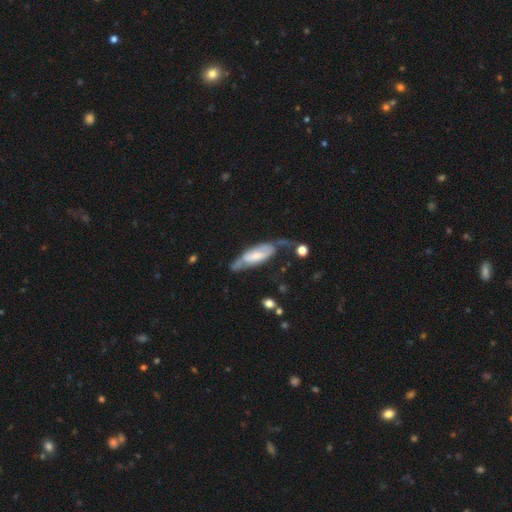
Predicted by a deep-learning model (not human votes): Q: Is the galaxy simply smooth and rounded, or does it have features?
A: featured or disk — 59%.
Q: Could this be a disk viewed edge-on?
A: no — 75%.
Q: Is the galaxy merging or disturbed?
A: major disturbance — 34%.